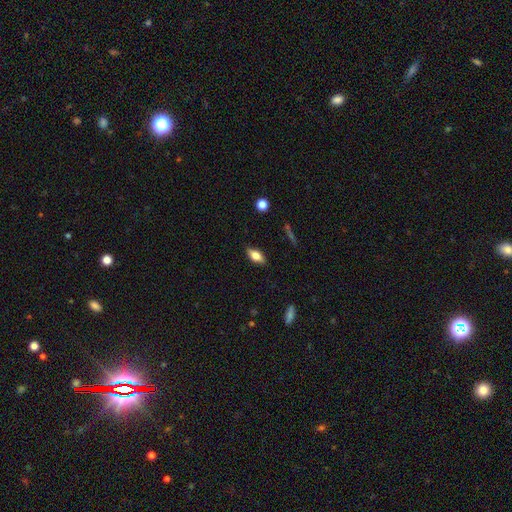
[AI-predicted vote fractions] A smooth galaxy with no disk features (69%) that is in between round and cigar-shaped (83%). Merging: none (86%).